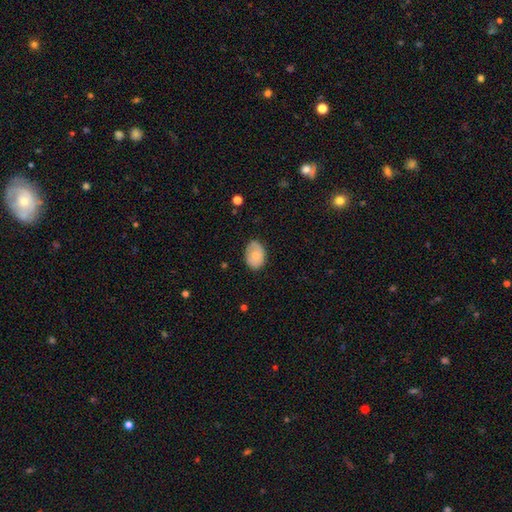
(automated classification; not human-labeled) Smooth or featured?
  - smooth: 70% *
  - featured or disk: 23%
  - star or artifact: 7%
How rounded?
  - in between: 79% *
  - round: 20%
  - cigar-shaped: 1%
Merging?
  - none: 76% *
  - minor disturbance: 19%
  - major disturbance: 4%
  - merger: 1%